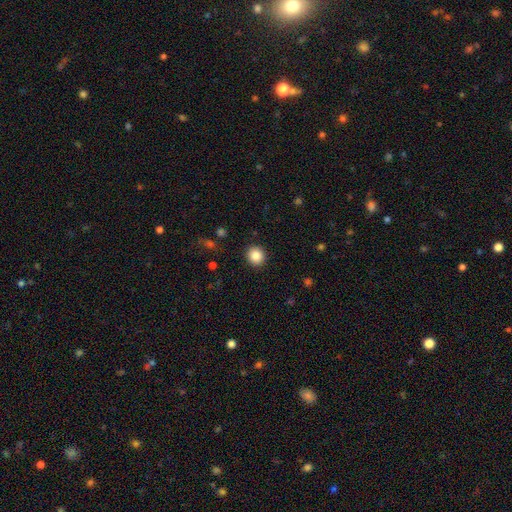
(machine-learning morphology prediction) A smooth galaxy with no disk features (86%) that is round (89%).

Vote fractions:
- Smooth or featured? smooth: 86% / star or artifact: 10% / featured or disk: 5%
- How rounded? round: 89% / in between: 10% / cigar-shaped: 1%
- Merging? none: 92% / minor disturbance: 5% / major disturbance: 2% / merger: 1%